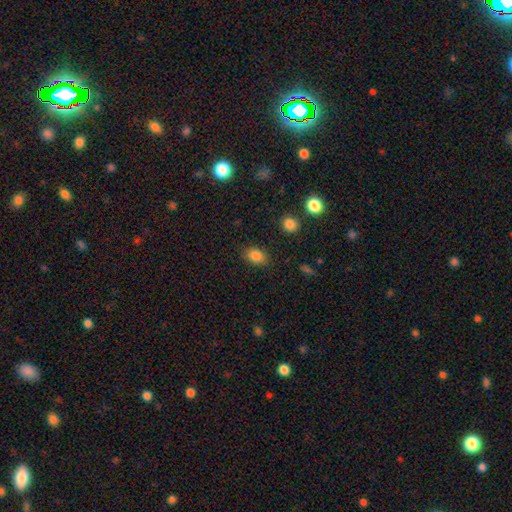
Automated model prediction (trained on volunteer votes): smooth 84%, star or artifact 10%, featured or disk 6%. Down the decision tree: how rounded — in between (73%); merging — none (85%).